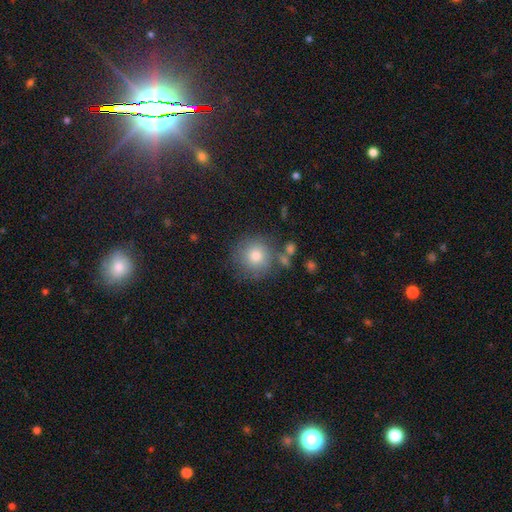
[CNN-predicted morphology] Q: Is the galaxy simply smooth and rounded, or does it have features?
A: smooth — 79%.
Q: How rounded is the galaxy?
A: round — 93%.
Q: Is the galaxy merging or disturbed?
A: none — 76%.